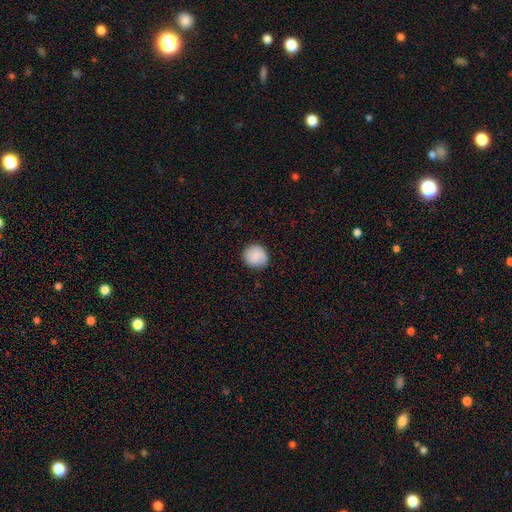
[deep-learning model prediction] A smooth galaxy with no disk features (86%) that is round (90%).

Vote fractions:
- Smooth or featured? smooth: 86% / featured or disk: 7% / star or artifact: 7%
- How rounded? round: 90% / in between: 10% / cigar-shaped: 1%
- Merging? none: 86% / minor disturbance: 10% / major disturbance: 2% / merger: 1%